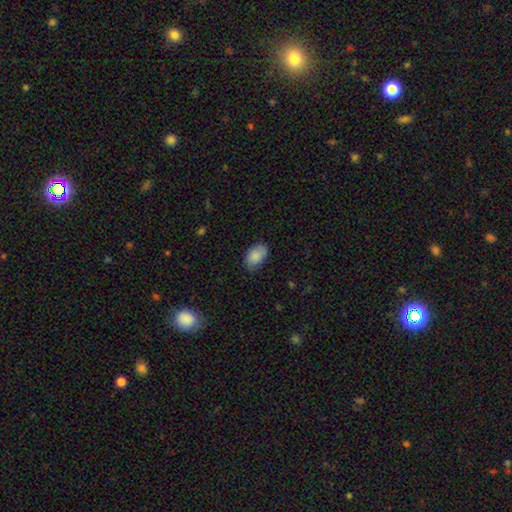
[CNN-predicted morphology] Smooth or featured? Predicted: smooth (p=0.87). How rounded? Predicted: in between (p=0.91). Merging? Predicted: none (p=0.75).